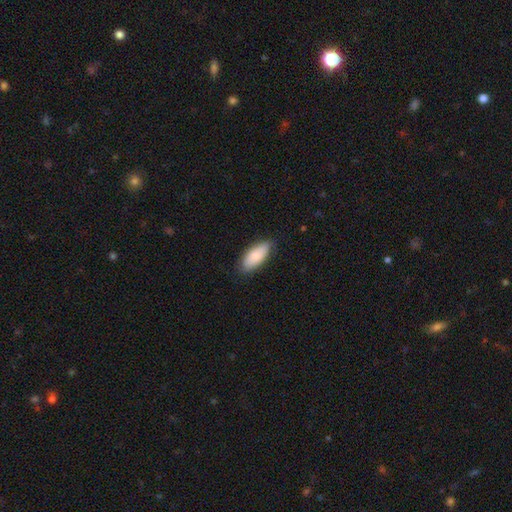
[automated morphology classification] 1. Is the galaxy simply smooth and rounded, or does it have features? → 84% smooth, 10% featured or disk, 6% star or artifact.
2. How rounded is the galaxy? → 84% in between, 14% cigar-shaped, 2% round.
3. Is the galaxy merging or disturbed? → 83% none, 14% minor disturbance, 2% major disturbance, 1% merger.